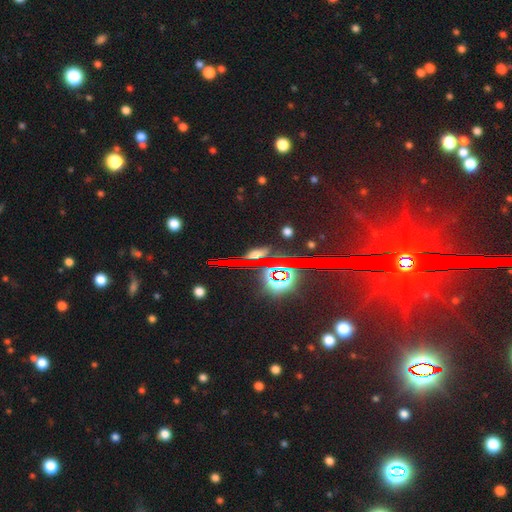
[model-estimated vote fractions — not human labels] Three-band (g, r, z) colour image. It shows a star or artifact, not a galaxy (70%).